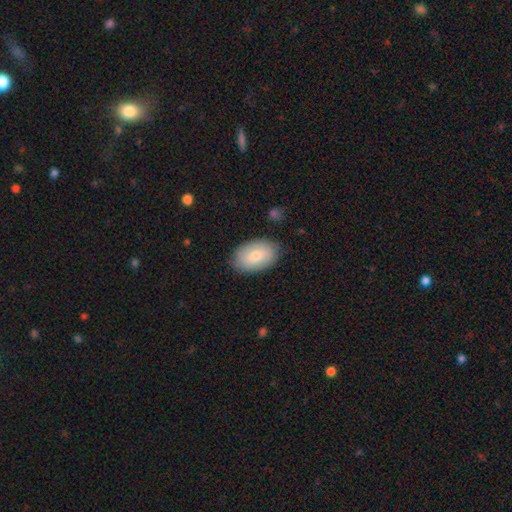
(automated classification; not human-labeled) smooth 78%, featured or disk 16%, star or artifact 6%. Down the decision tree: how rounded — in between (92%); merging — none (84%).